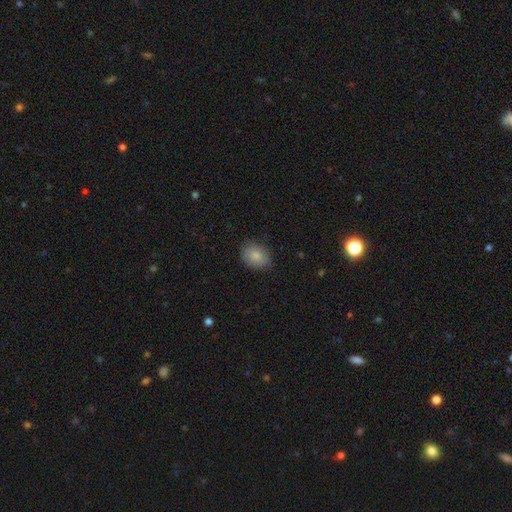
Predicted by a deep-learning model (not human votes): Smooth or featured? smooth (84%)
How rounded? in between (60%)
Merging? none (82%)